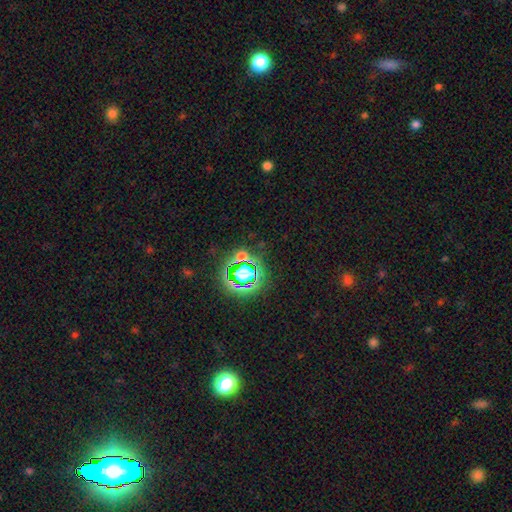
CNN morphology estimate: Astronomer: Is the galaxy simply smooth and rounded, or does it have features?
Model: star or artifact — 77%.